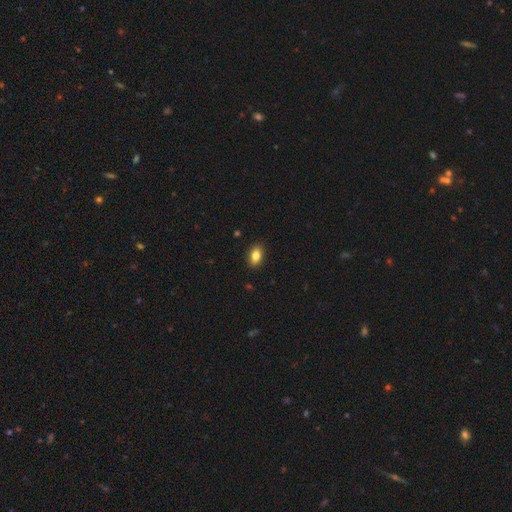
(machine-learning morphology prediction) Smooth or featured? Predicted: smooth (p=0.84). How rounded? Predicted: in between (p=0.87). Merging? Predicted: none (p=0.89).